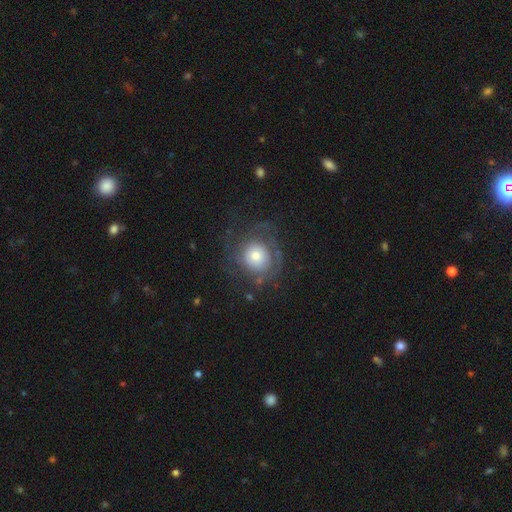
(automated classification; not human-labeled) smooth-or-featured: featured or disk: 52% | smooth: 39% | star or artifact: 9%
  disk-edge-on: no: 97% | yes: 3%
    bar: no: 85% | weak: 12% | strong: 3%
    has-spiral-arms: yes: 71% | no: 29%
    bulge-size: moderate: 46% | small: 31% | large: 19% | dominant: 4% | none: 2%
  merging: none: 62% | major disturbance: 19% | minor disturbance: 17% | merger: 2%